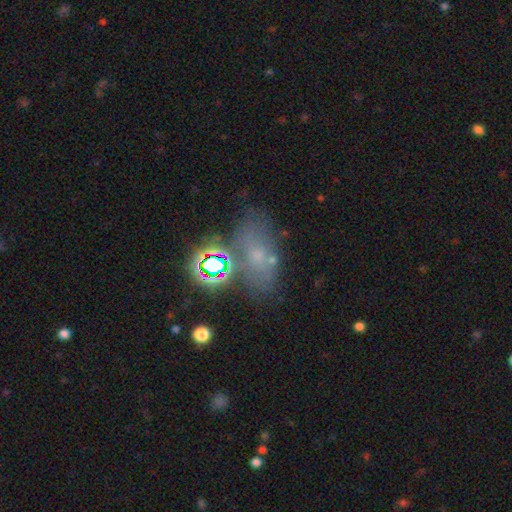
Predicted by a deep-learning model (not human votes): The model was most divided on "smooth or featured": smooth: 48%, star or artifact: 29%, featured or disk: 23%. More confident: merging — none (56%).